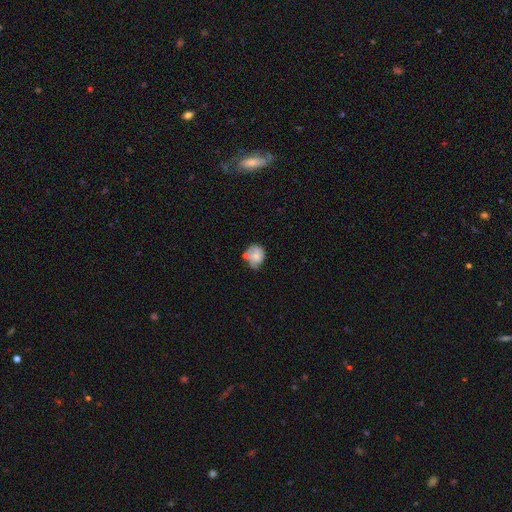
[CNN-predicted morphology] smooth 54%, featured or disk 38%, star or artifact 8%. Down the decision tree: how rounded — round (54%); merging — none (39%).